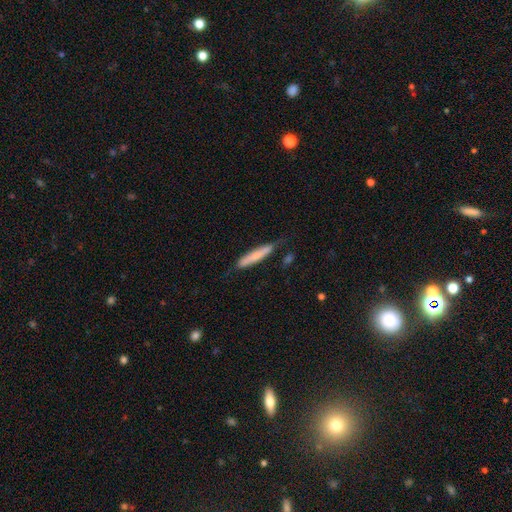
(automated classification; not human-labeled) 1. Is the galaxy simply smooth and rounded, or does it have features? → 69% smooth, 26% featured or disk, 5% star or artifact.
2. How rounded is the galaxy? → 92% cigar-shaped, 7% in between, 1% round.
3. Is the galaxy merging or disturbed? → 70% none, 22% minor disturbance, 5% major disturbance, 3% merger.